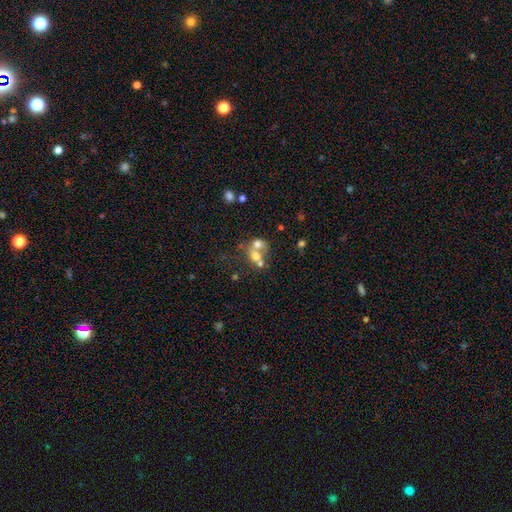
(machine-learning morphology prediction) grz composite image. It shows a smooth galaxy with no disk features (62%) that is round (54%). Merging: merger (61%).